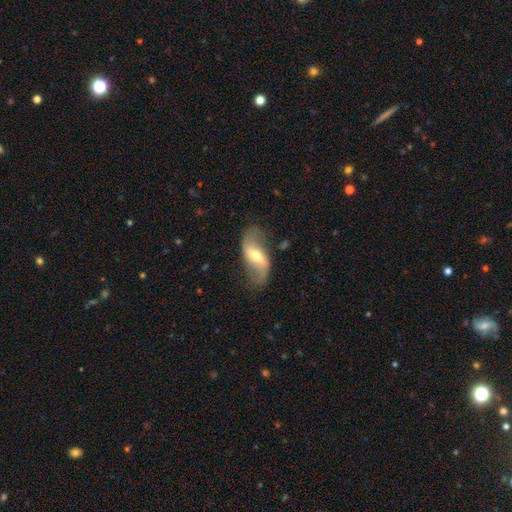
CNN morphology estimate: Smooth or featured?
  - featured or disk: 80% *
  - smooth: 15%
  - star or artifact: 6%
Edge-on disk?
  - no: 93% *
  - yes: 7%
Bar?
  - weak: 39% *
  - strong: 38%
  - no: 22%
Spiral arms?
  - yes: 90% *
  - no: 10%
Spiral winding?
  - loose: 82% *
  - medium: 13%
  - tight: 5%
Spiral arm count?
  - 2: 91% *
  - can't tell: 3%
  - 1: 3%
  - 3: 1%
  - 4: 1%
  - more than 4: 1%
Bulge size?
  - moderate: 54% *
  - small: 41%
  - large: 3%
  - none: 1%
  - dominant: 1%
Merging?
  - none: 73% *
  - minor disturbance: 18%
  - major disturbance: 7%
  - merger: 2%